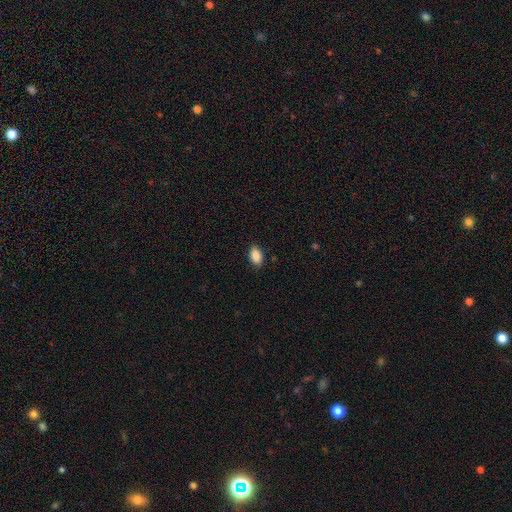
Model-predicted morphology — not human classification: smooth_or_featured: smooth (p=0.88) [alt: star or artifact p=0.07]
how_rounded: in between (p=0.92) [alt: round p=0.05]
merging: none (p=0.86) [alt: minor disturbance p=0.11]